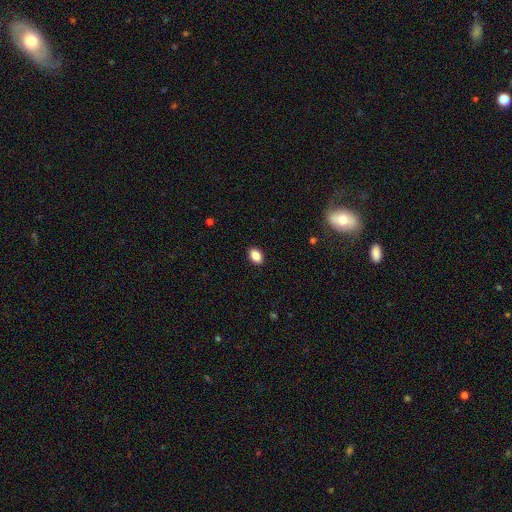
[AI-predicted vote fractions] A smooth galaxy with no disk features (87%) that is in between round and cigar-shaped (83%).

Vote fractions:
- Smooth or featured? smooth: 87% / star or artifact: 8% / featured or disk: 4%
- How rounded? in between: 83% / round: 16% / cigar-shaped: 1%
- Merging? none: 90% / minor disturbance: 7% / major disturbance: 2% / merger: 1%